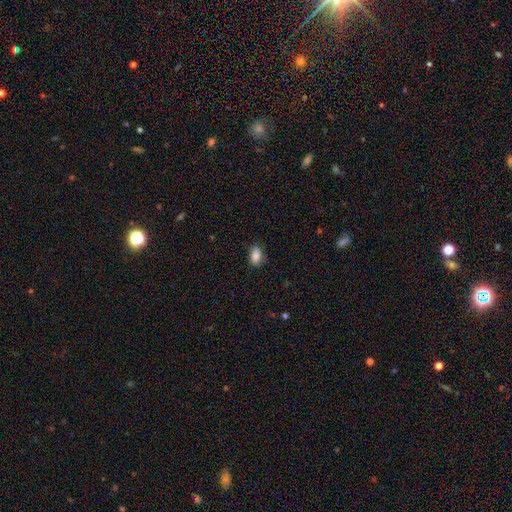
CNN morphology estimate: This appears to be a smooth galaxy with no disk features (79%) that is in between round and cigar-shaped (85%). Merging: none (77%).